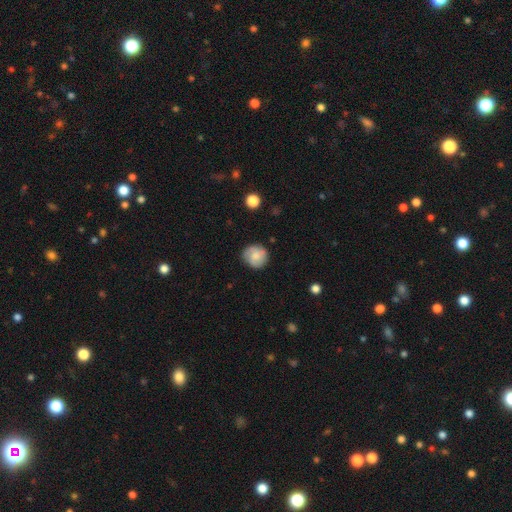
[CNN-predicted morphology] A smooth galaxy with no disk features (59%) that is round (89%).

Vote fractions:
- Smooth or featured? smooth: 59% / featured or disk: 34% / star or artifact: 7%
- How rounded? round: 89% / in between: 10% / cigar-shaped: 1%
- Merging? none: 79% / minor disturbance: 16% / major disturbance: 4% / merger: 1%